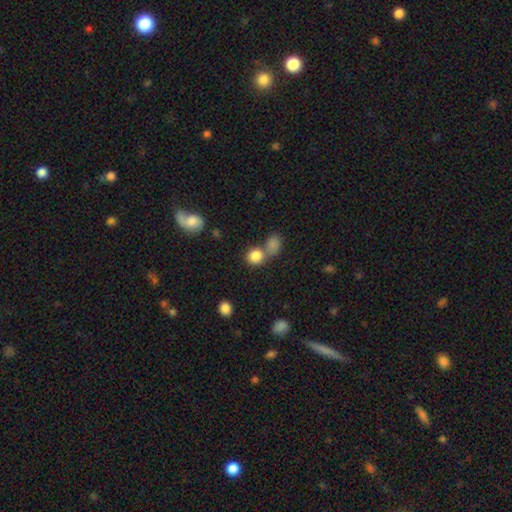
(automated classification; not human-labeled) Overall: smooth (84%). How rounded: round (83%). Merging: none (50%; merger 38%).